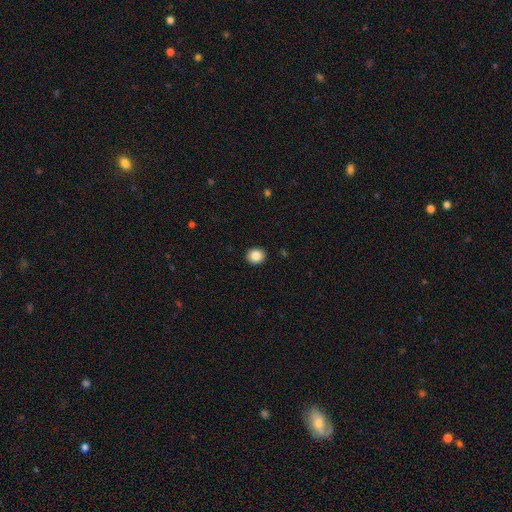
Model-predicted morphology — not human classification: The model was most divided on "how rounded": round: 80%, in between: 19%, cigar-shaped: 1%. More confident: merging — none (92%); smooth or featured — smooth (86%).